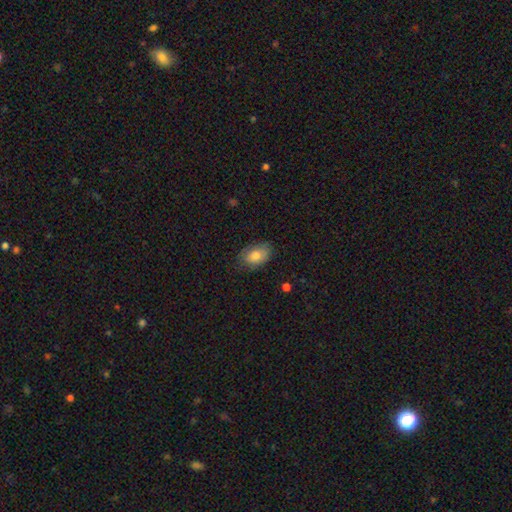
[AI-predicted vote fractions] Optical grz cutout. It shows a smooth galaxy with no disk features (80%) that is in between round and cigar-shaped (88%). Merging: none (75%).